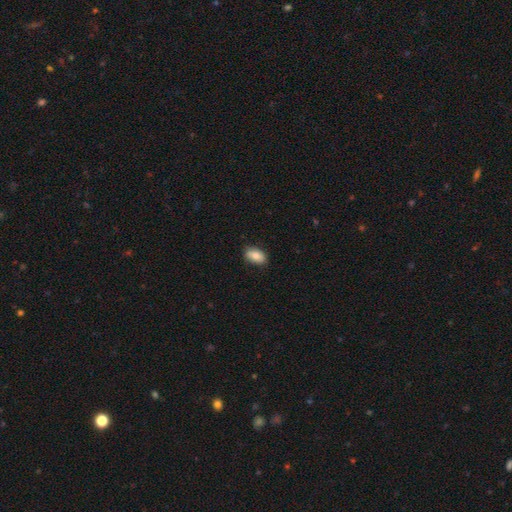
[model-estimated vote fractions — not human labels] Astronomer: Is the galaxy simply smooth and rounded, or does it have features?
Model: smooth — 81%.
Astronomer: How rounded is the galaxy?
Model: in between — 91%.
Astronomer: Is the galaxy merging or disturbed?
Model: none — 82%.